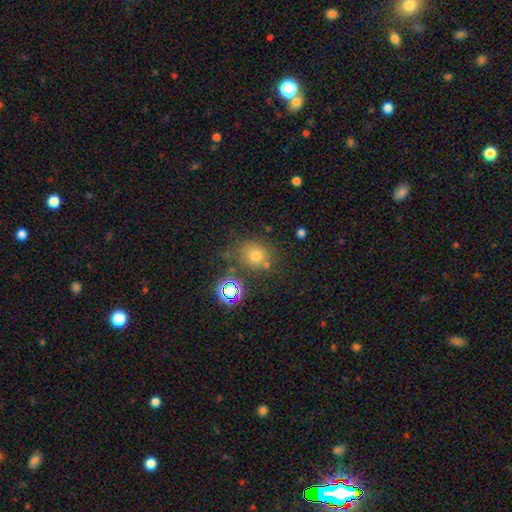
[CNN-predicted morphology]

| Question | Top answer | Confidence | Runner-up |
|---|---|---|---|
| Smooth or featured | smooth | 64% | star or artifact (25%) |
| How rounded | round | 73% | in between (26%) |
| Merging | none | 69% | minor disturbance (15%) |